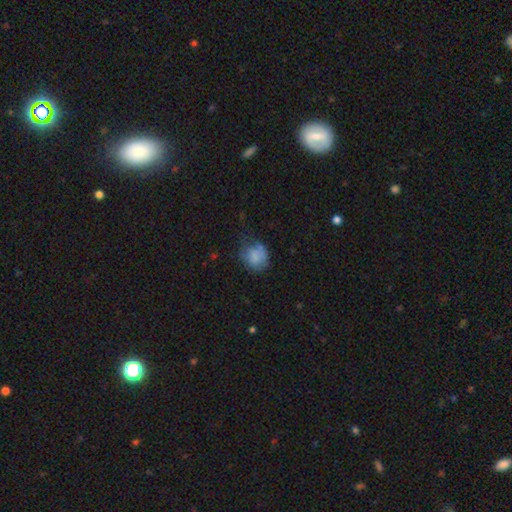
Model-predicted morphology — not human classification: smooth_or_featured: smooth (p=0.72) [alt: featured or disk p=0.18]
how_rounded: round (p=0.62) [alt: in between p=0.37]
merging: none (p=0.43) [alt: minor disturbance p=0.32]